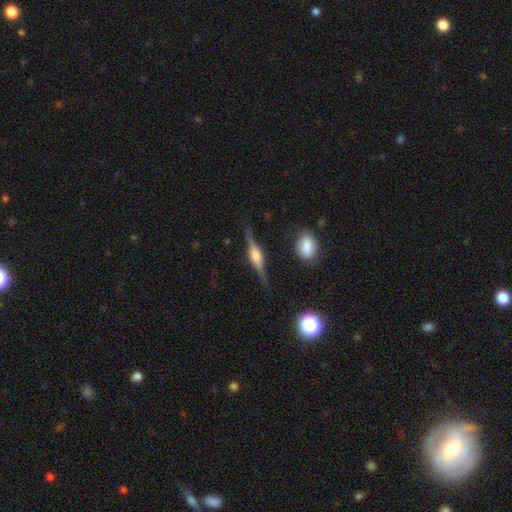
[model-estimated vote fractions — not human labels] This appears to be a featured or disk galaxy (83%) viewed edge-on (98%) with a rounded central bulge (80%). Merging: none (84%).